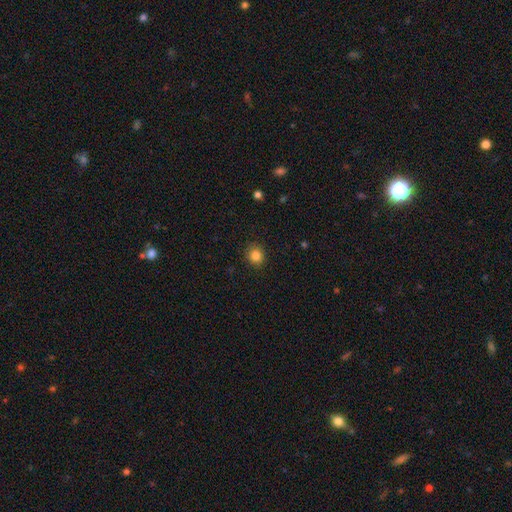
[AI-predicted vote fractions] Smooth or featured: smooth — 84% (star or artifact — 11%)
How rounded: round — 85% (in between — 14%)
Merging: none — 90% (minor disturbance — 7%)